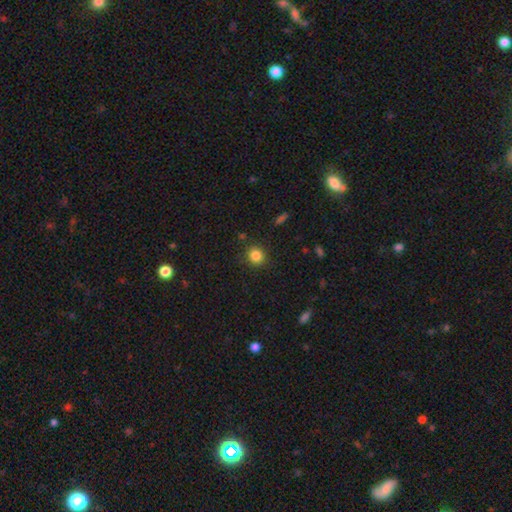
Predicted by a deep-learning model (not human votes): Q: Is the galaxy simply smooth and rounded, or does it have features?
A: smooth — 84%.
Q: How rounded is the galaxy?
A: round — 85%.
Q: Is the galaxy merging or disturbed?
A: none — 88%.